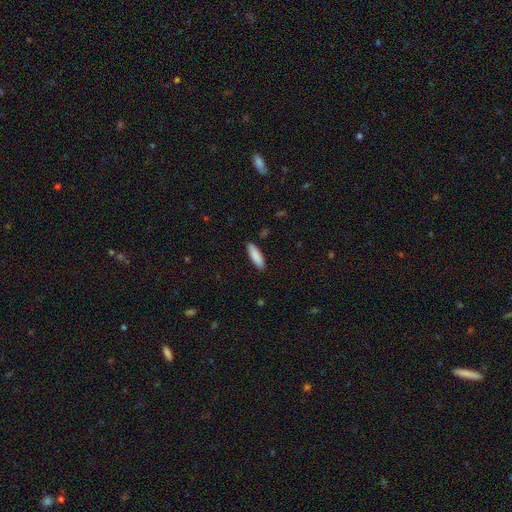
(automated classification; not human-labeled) Smooth or featured?
  - smooth: 88% *
  - featured or disk: 6%
  - star or artifact: 6%
How rounded?
  - cigar-shaped: 56% *
  - in between: 43%
  - round: 1%
Merging?
  - none: 88% *
  - minor disturbance: 9%
  - major disturbance: 2%
  - merger: 1%